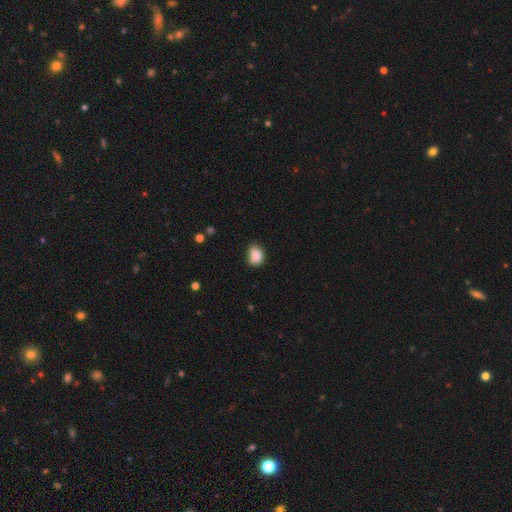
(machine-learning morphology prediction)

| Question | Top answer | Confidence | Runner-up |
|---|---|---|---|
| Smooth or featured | smooth | 85% | star or artifact (9%) |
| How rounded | in between | 55% | round (43%) |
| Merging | none | 59% | minor disturbance (31%) |